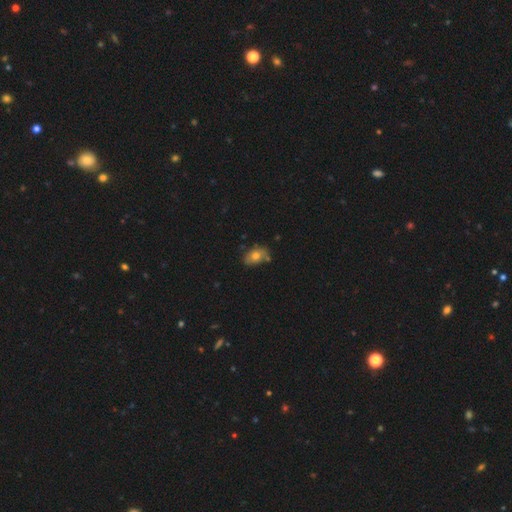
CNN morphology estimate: Smooth or featured?
  - smooth: 71% *
  - featured or disk: 19%
  - star or artifact: 10%
How rounded?
  - in between: 85% *
  - round: 14%
  - cigar-shaped: 2%
Merging?
  - none: 67% *
  - minor disturbance: 21%
  - merger: 7%
  - major disturbance: 4%